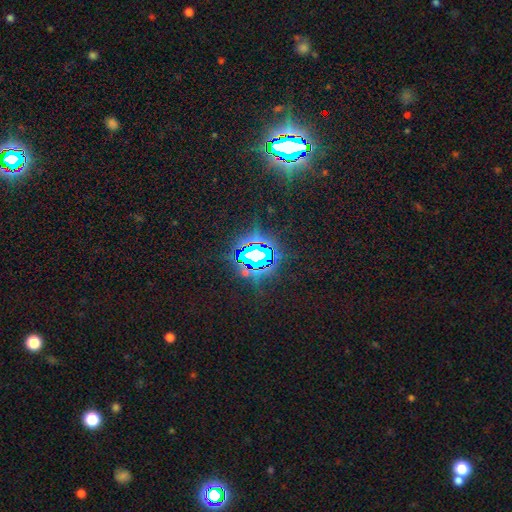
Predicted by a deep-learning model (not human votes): Morphology: type=star or artifact (78%).